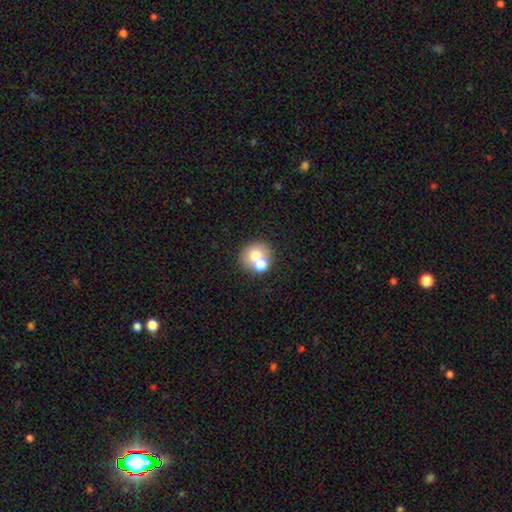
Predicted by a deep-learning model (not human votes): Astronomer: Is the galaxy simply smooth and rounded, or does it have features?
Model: smooth — 67%.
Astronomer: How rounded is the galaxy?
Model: round — 73%.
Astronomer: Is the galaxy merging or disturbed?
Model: merger — 46% (runner-up: none, 43%).